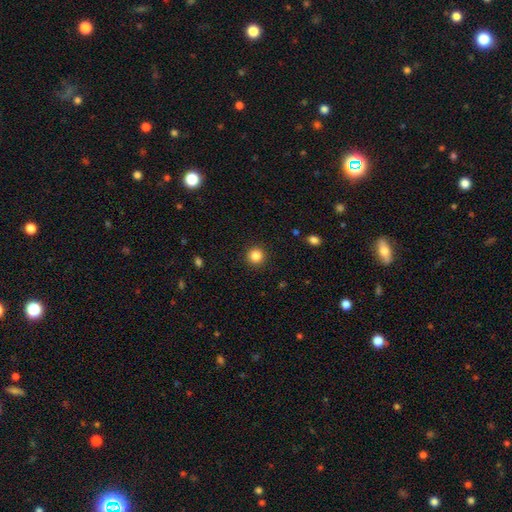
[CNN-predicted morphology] This is clearly a smooth galaxy (85%). How rounded: clearly round (94%). Merging: clearly none (92%).